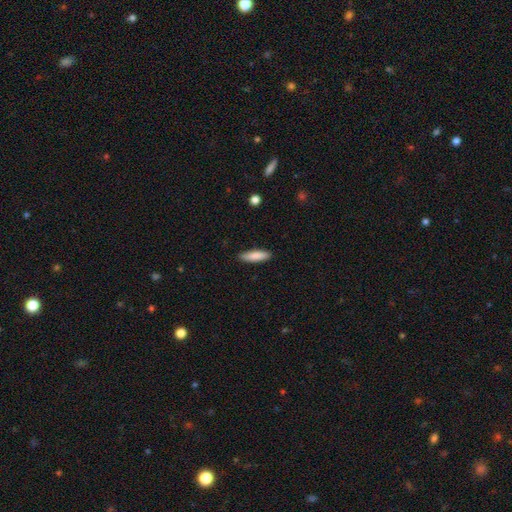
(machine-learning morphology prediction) Smooth or featured: smooth — 85% (featured or disk — 10%)
How rounded: cigar-shaped — 63% (in between — 35%)
Merging: none — 89% (minor disturbance — 8%)